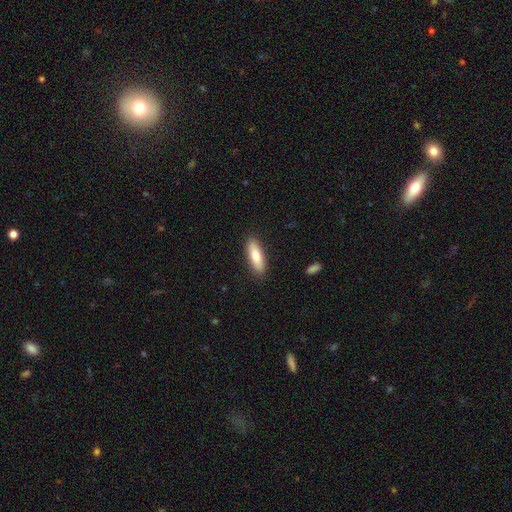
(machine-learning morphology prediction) The model was most divided on "how rounded": in between: 54%, cigar-shaped: 44%, round: 2%. More confident: merging — none (88%); smooth or featured — smooth (78%).